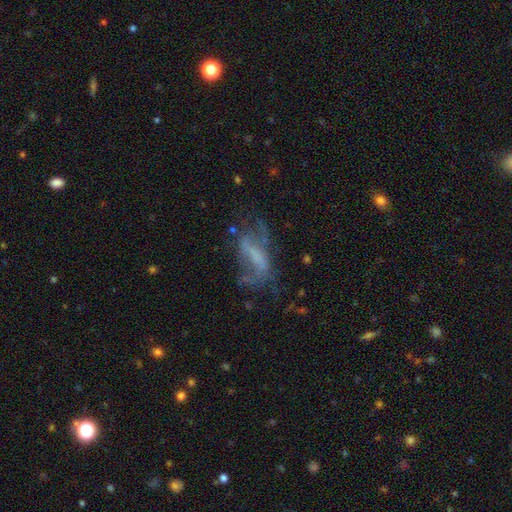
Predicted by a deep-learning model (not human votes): This appears to be a featured or disk galaxy (58%) with no bar (44%), no spiral arms (54%) and no central bulge (54%). Merging: none (37%).